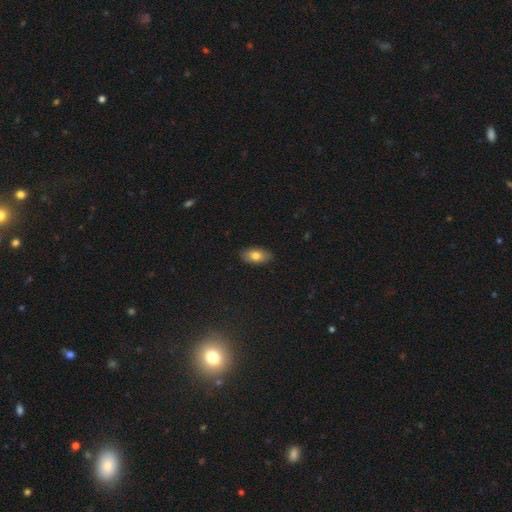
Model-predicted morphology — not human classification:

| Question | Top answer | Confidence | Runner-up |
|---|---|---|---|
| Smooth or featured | smooth | 78% | featured or disk (14%) |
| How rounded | in between | 92% | round (5%) |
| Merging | none | 88% | minor disturbance (9%) |